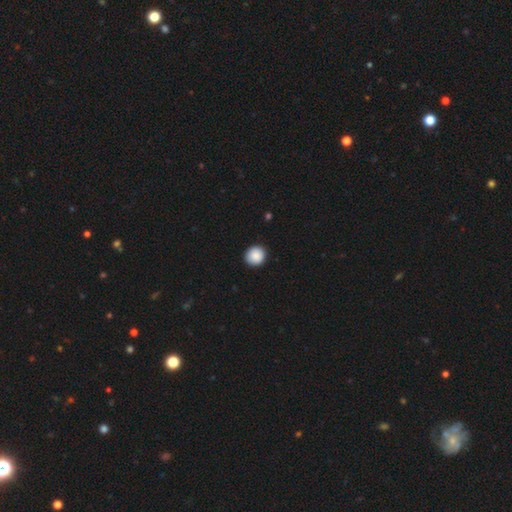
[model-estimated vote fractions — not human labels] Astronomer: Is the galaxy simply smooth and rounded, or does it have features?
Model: smooth — 89%.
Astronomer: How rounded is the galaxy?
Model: round — 91%.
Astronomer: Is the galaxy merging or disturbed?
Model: none — 91%.